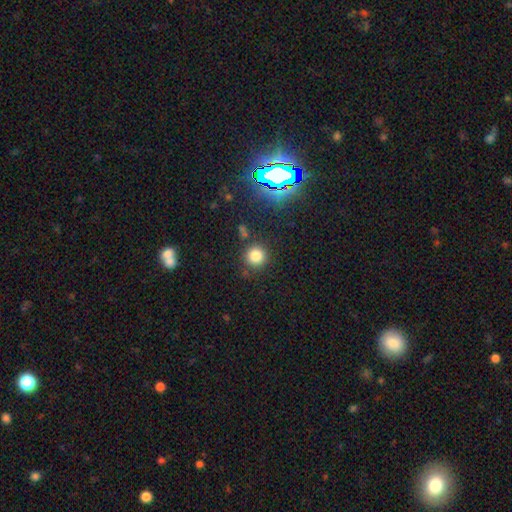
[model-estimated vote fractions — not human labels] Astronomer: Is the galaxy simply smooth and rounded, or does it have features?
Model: smooth — 79%.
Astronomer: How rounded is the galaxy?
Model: round — 93%.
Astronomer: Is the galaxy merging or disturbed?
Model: none — 84%.